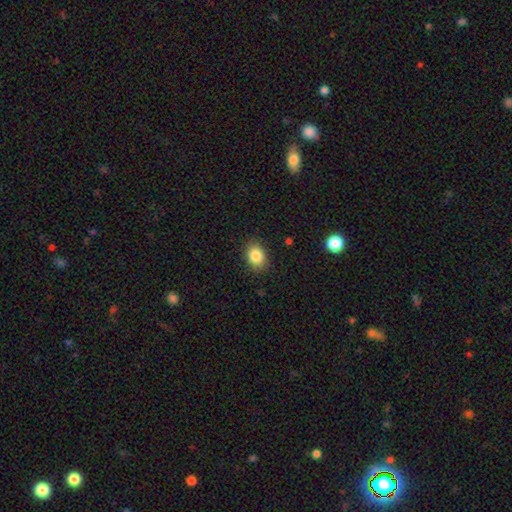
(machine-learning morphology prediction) smooth 85%, star or artifact 9%, featured or disk 6%. Down the decision tree: how rounded — in between (68%); merging — none (86%).